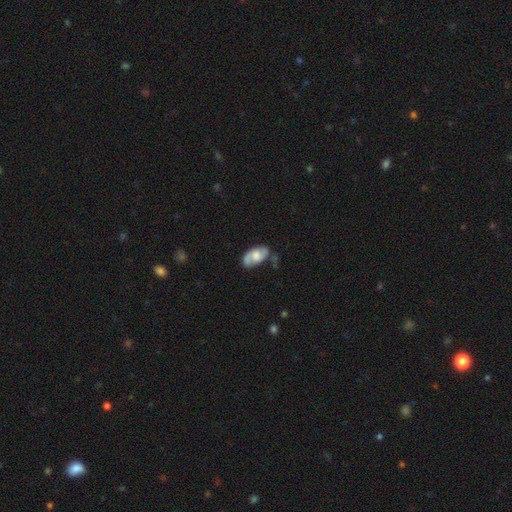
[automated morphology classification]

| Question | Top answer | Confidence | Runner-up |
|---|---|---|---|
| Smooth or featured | featured or disk | 62% | smooth (32%) |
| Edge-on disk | no | 94% | yes (6%) |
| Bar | no | 59% | weak (34%) |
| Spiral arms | yes | 84% | no (16%) |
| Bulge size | moderate | 39% | large (30%) |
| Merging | none | 67% | minor disturbance (22%) |